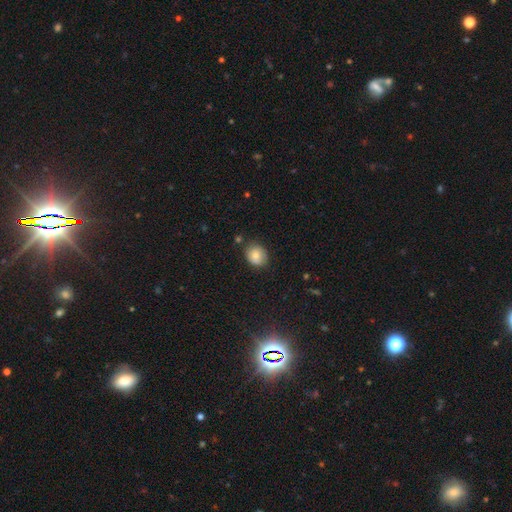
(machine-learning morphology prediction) Smooth or featured? Predicted: smooth (p=0.81). How rounded? Predicted: round (p=0.62). Merging? Predicted: none (p=0.80).